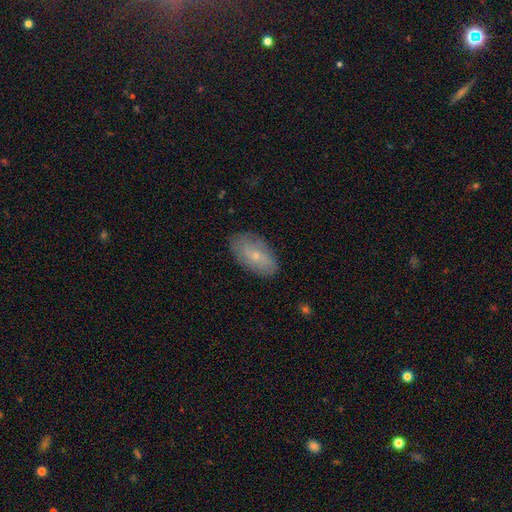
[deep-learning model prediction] Smooth or featured? smooth (57%)
How rounded? in between (92%)
Merging? none (81%)